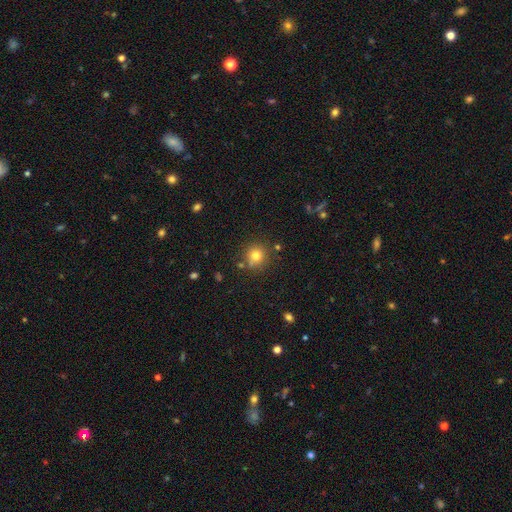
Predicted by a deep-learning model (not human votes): Morphology: type=smooth (77%); roundness=round (90%); merging=none (77%).